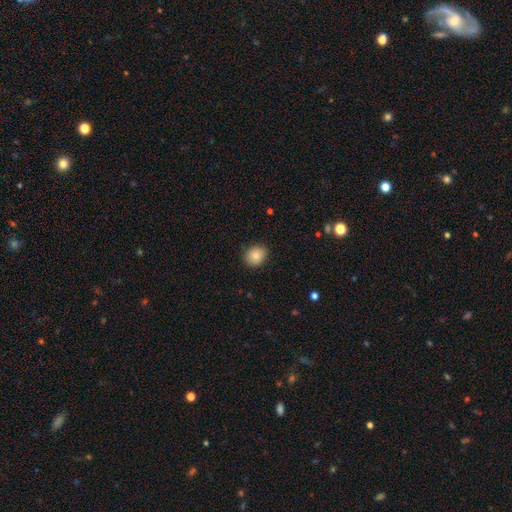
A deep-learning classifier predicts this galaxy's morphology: This is clearly a smooth galaxy (84%). How rounded: likely round (63%). Merging: clearly none (88%).